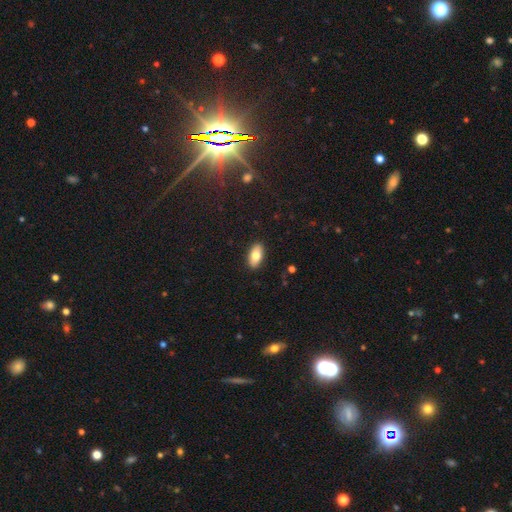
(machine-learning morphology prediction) This is likely a smooth galaxy (77%). How rounded: clearly in between (92%). Merging: clearly none (89%).